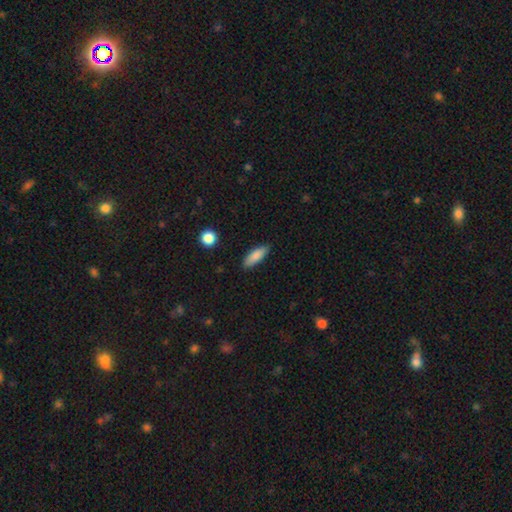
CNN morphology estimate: This appears to be a smooth galaxy with no disk features (85%) that is in between round and cigar-shaped (58%). Merging: none (87%).